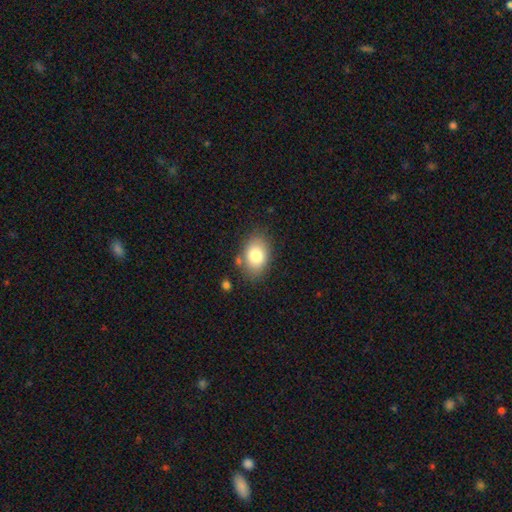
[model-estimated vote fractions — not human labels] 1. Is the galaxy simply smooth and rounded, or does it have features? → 79% smooth, 12% featured or disk, 9% star or artifact.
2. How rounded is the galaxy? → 79% in between, 20% round, 1% cigar-shaped.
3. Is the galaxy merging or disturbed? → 78% none, 14% minor disturbance, 4% merger, 4% major disturbance.